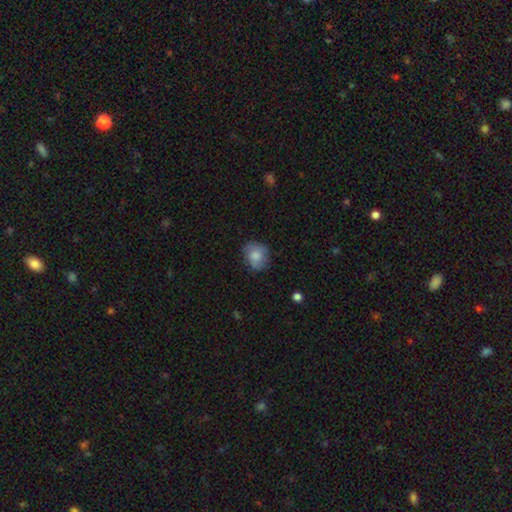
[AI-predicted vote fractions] smooth-or-featured: smooth: 77% | featured or disk: 14% | star or artifact: 8%
  how-rounded: round: 63% | in between: 36% | cigar-shaped: 1%
  merging: none: 66% | minor disturbance: 25% | major disturbance: 7% | merger: 2%